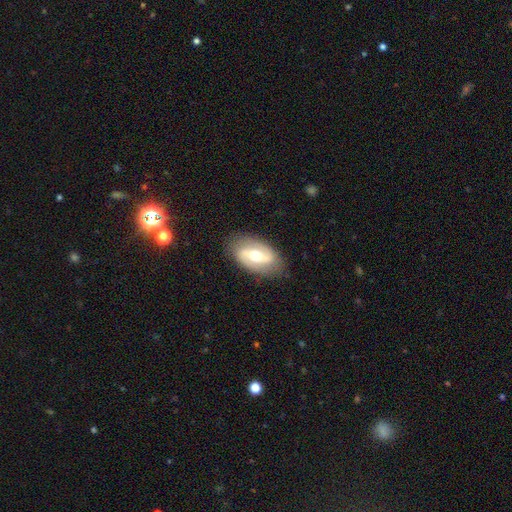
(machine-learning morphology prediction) Smooth or featured? Predicted: featured or disk (p=0.69). Edge-on disk? Predicted: no (p=0.93). Bar? Predicted: weak (p=0.39). Spiral arms? Predicted: yes (p=0.78). Bulge size? Predicted: moderate (p=0.73). Merging? Predicted: none (p=0.83).